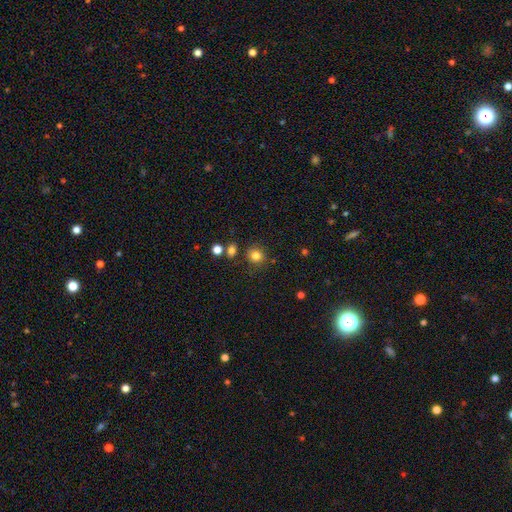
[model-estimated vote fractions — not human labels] Smooth or featured? Predicted: smooth (p=0.81). How rounded? Predicted: round (p=0.86). Merging? Predicted: none (p=0.81).